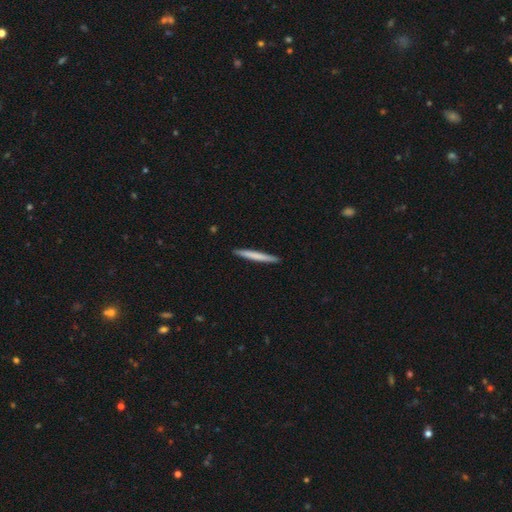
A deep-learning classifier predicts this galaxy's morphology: The model was most divided on "smooth or featured": smooth: 69%, featured or disk: 27%, star or artifact: 5%. More confident: how rounded — cigar-shaped (97%); merging — none (92%).